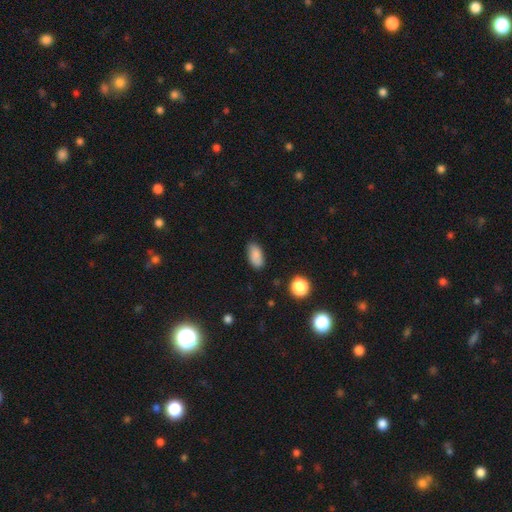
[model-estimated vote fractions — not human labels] A smooth galaxy with no disk features (86%) that is in between round and cigar-shaped (92%). Merging: none (84%).